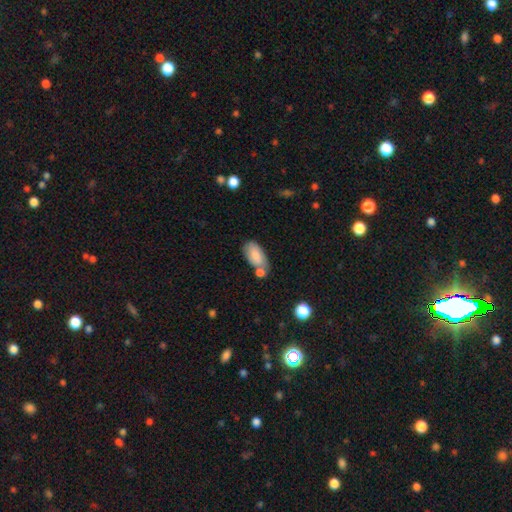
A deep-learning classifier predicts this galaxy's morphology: Overall: smooth (82%). How rounded: in between (93%). Merging: none (48%; merger 27%).